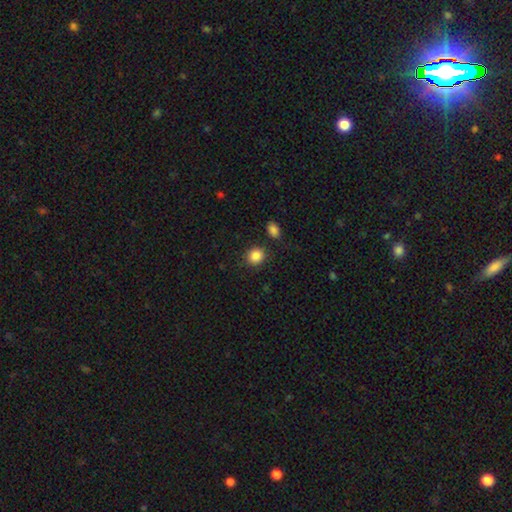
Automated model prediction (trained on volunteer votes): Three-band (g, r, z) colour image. It shows a smooth galaxy with no disk features (87%) that is round (76%). Merging: none (83%).